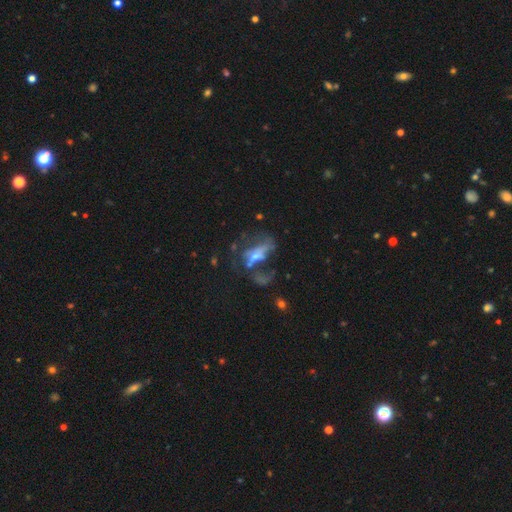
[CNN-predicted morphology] Overall: featured or disk (58%; smooth 26%). Edge-on disk: no (88%). Bar: no (62%; weak 24%). Spiral arms: no (62%; yes 38%). Bulge size: small (50%; moderate 32%). Merging: major disturbance (39%; none 28%).